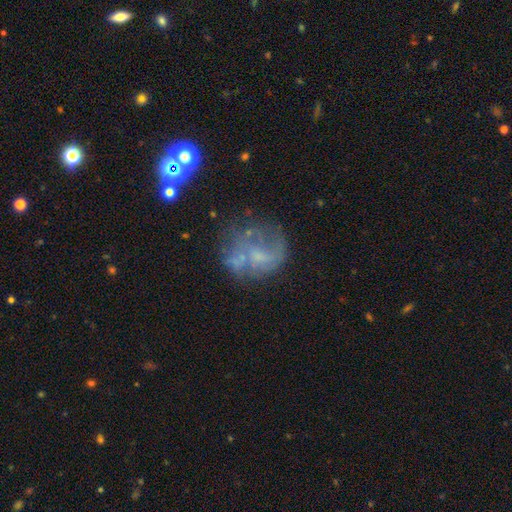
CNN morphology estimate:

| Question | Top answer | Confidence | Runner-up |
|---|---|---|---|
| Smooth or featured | featured or disk | 53% | smooth (28%) |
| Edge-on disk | no | 97% | yes (3%) |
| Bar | no | 74% | weak (22%) |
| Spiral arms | no | 66% | yes (34%) |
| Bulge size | none | 53% | small (28%) |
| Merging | none | 46% | major disturbance (26%) |